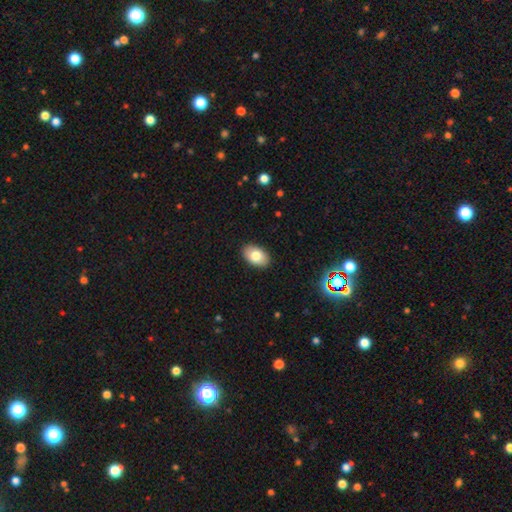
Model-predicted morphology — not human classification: The model was most divided on "smooth or featured": smooth: 79%, featured or disk: 13%, star or artifact: 7%. More confident: how rounded — in between (91%); merging — none (90%).